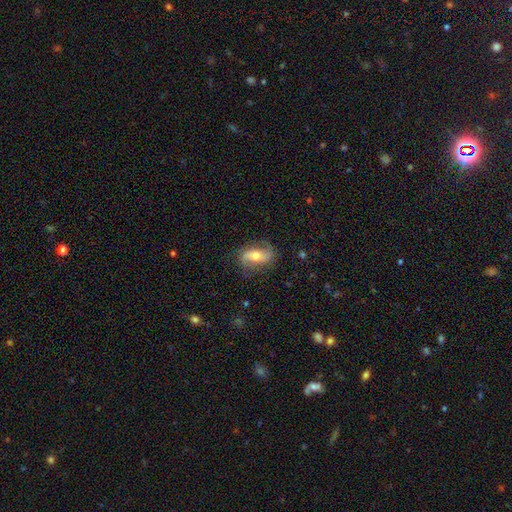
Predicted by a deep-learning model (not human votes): Overall: featured or disk (66%; smooth 26%). Edge-on disk: no (91%). Bar: no (40%; weak 30%). Spiral arms: yes (88%). Spiral arm count: 2 (86%). Spiral winding: loose (57%; medium 30%). Bulge size: moderate (64%; small 28%). Merging: none (74%).